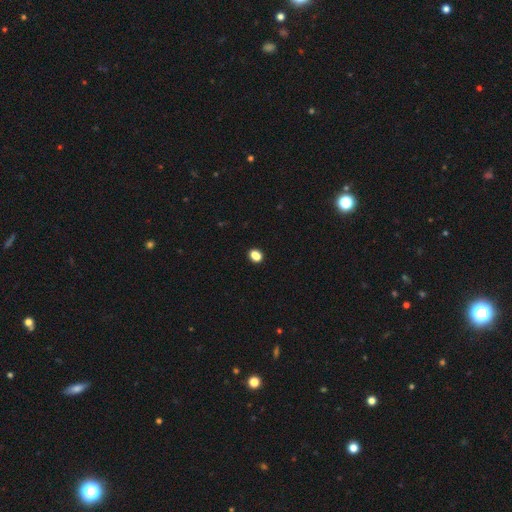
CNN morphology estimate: Overall: smooth (80%). How rounded: in between (57%; round 41%). Merging: none (85%).